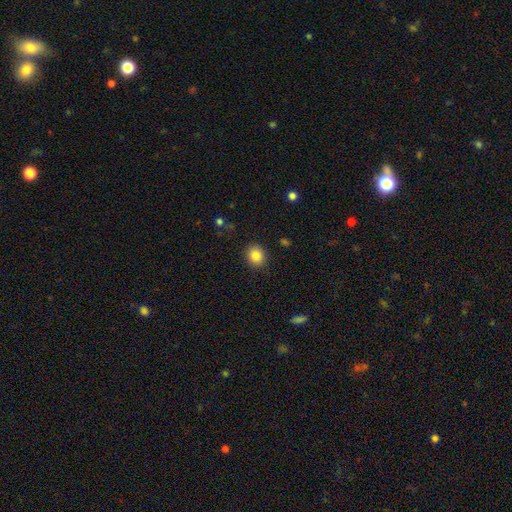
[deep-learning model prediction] This is clearly a smooth galaxy (85%). How rounded: likely round (72%). Merging: clearly none (89%).